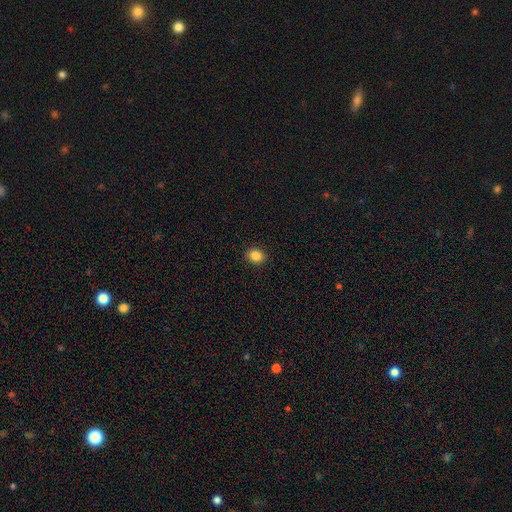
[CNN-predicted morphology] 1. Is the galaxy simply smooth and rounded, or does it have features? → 85% smooth, 10% star or artifact, 5% featured or disk.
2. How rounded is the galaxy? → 64% round, 35% in between, 1% cigar-shaped.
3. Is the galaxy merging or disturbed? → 92% none, 6% minor disturbance, 2% major disturbance, 1% merger.